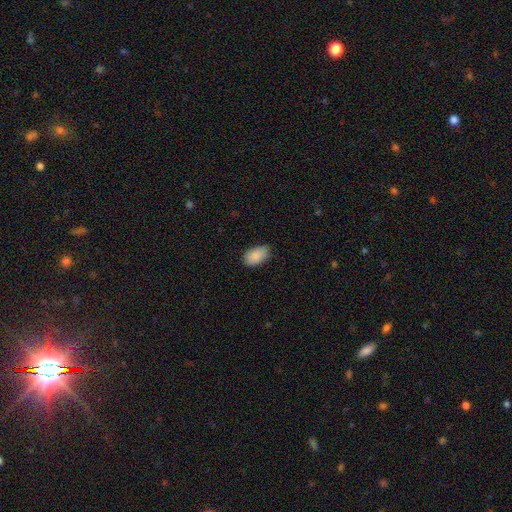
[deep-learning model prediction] A smooth galaxy with no disk features (89%) that is in between round and cigar-shaped (94%).

Vote fractions:
- Smooth or featured? smooth: 89% / star or artifact: 7% / featured or disk: 4%
- How rounded? in between: 94% / round: 5% / cigar-shaped: 2%
- Merging? none: 82% / minor disturbance: 15% / major disturbance: 3% / merger: 1%